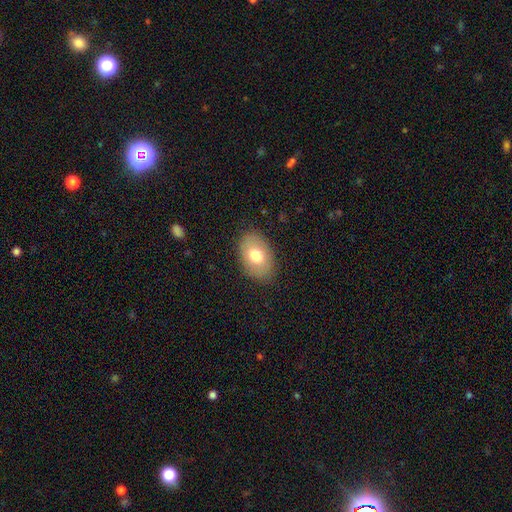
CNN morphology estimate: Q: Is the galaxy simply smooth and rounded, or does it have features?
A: smooth — 72%.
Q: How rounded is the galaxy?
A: in between — 84%.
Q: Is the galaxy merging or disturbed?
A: none — 84%.